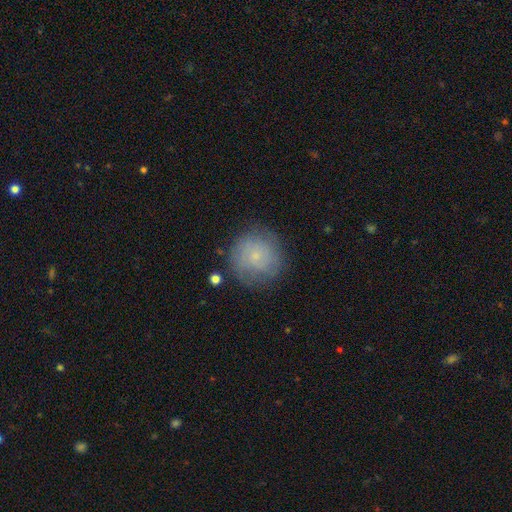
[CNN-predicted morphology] Smooth or featured: smooth — 61% (featured or disk — 29%)
How rounded: round — 93% (in between — 6%)
Merging: none — 76% (minor disturbance — 16%)